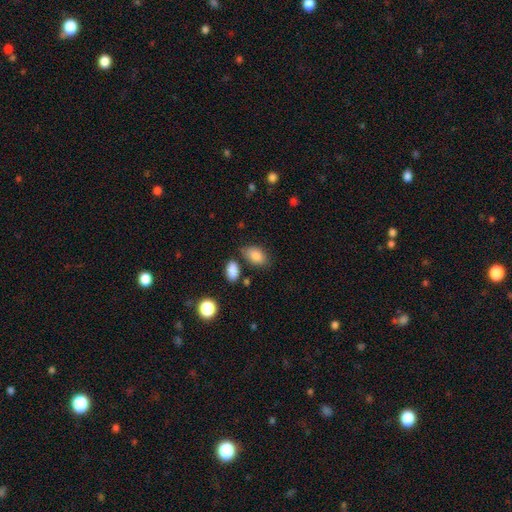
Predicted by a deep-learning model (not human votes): Overall: smooth (85%). How rounded: in between (90%). Merging: none (70%).